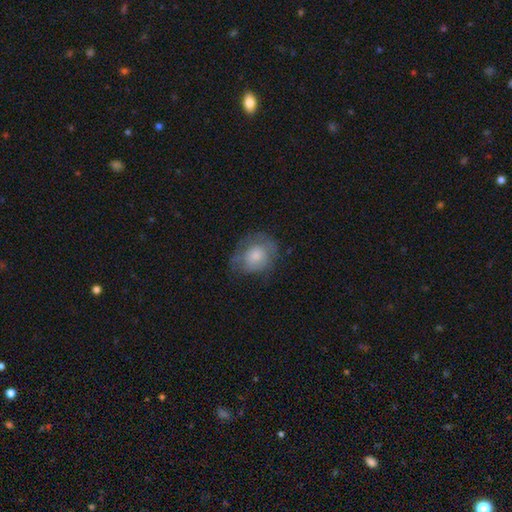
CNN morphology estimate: A smooth galaxy with no disk features (62%) that is round (57%).

Vote fractions:
- Smooth or featured? smooth: 62% / featured or disk: 31% / star or artifact: 8%
- How rounded? round: 57% / in between: 42% / cigar-shaped: 1%
- Merging? none: 55% / minor disturbance: 28% / major disturbance: 16% / merger: 1%